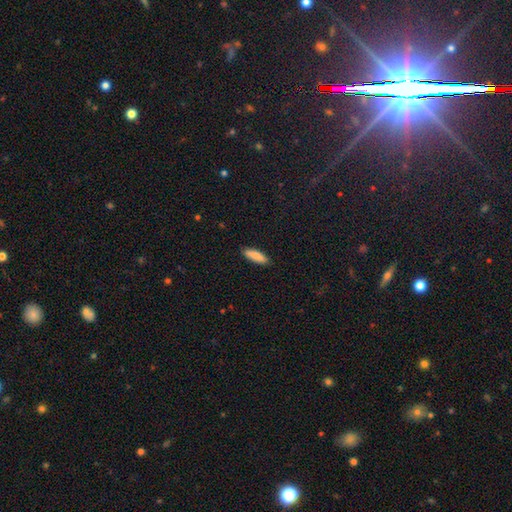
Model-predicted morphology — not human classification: Smooth or featured: smooth — 86% (featured or disk — 8%)
How rounded: in between — 54% (cigar-shaped — 44%)
Merging: none — 89% (minor disturbance — 9%)